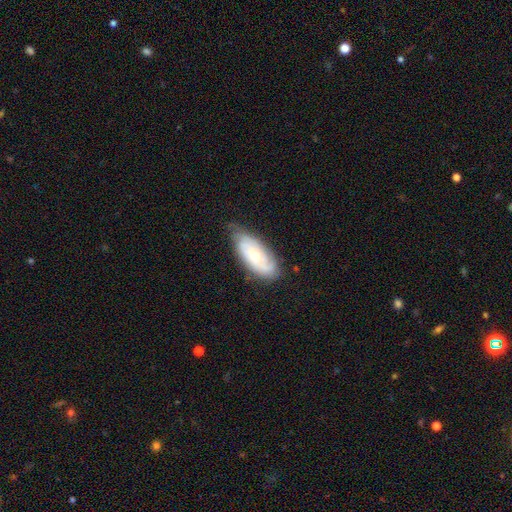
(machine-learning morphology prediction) featured or disk 68%, smooth 26%, star or artifact 6%. Down the decision tree: edge-on disk — no (90%); bar — no (74%); spiral arms — yes (88%); spiral arm count — can't tell (39%); spiral winding — tight (62%); bulge size — moderate (58%); merging — none (69%).